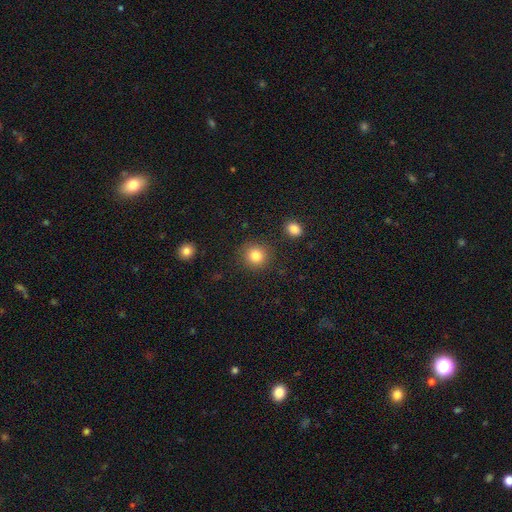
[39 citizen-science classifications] Volunteers were most divided on "how rounded": round: 84%, in between: 16%, cigar-shaped: 0%. More confident: merging — none (86%); smooth or featured — smooth (79%).